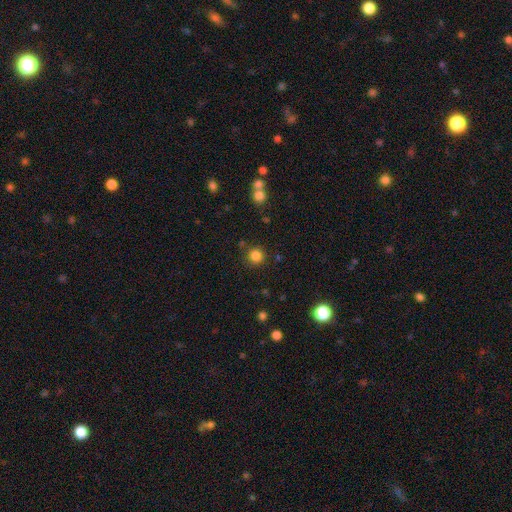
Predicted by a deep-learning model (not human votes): Morphology: type=smooth (83%); roundness=round (93%); merging=none (85%).